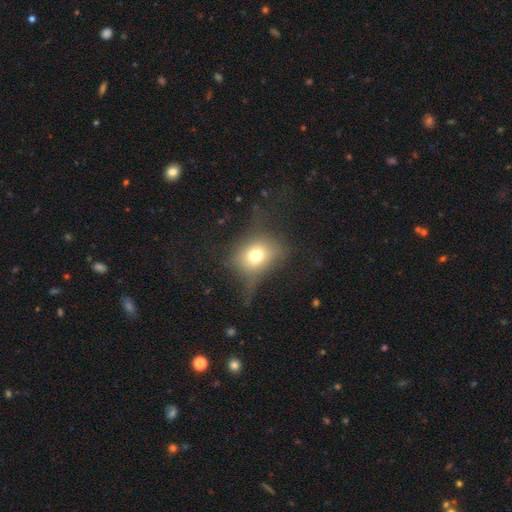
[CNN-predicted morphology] A smooth galaxy with no disk features (63%) that is round (55%).

Vote fractions:
- Smooth or featured? smooth: 63% / featured or disk: 23% / star or artifact: 14%
- How rounded? round: 55% / in between: 43% / cigar-shaped: 2%
- Merging? none: 52% / major disturbance: 23% / minor disturbance: 23% / merger: 2%